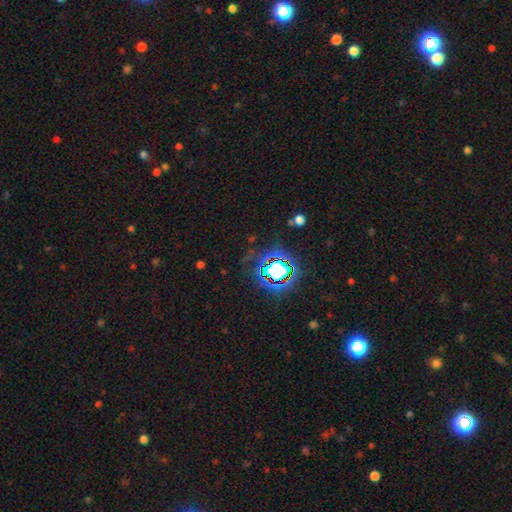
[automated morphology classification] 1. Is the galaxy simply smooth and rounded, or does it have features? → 80% star or artifact, 12% smooth, 8% featured or disk.